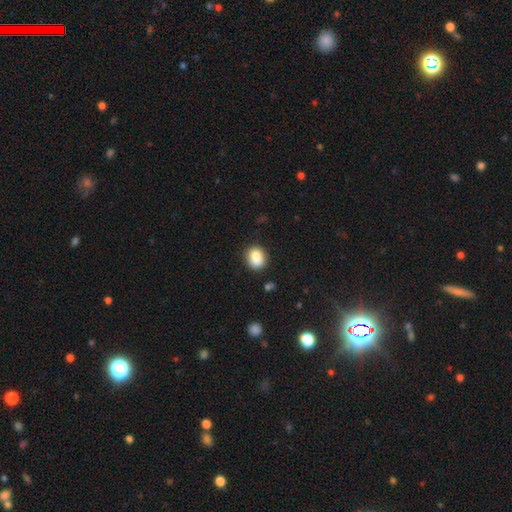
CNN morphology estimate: type=smooth (84%); roundness=round (63%); merging=none (74%).